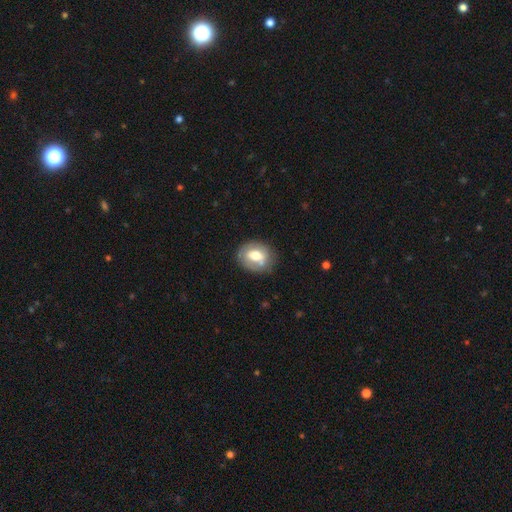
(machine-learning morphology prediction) This is possibly a smooth galaxy (57%). How rounded: possibly round (55%). Merging: likely none (70%).